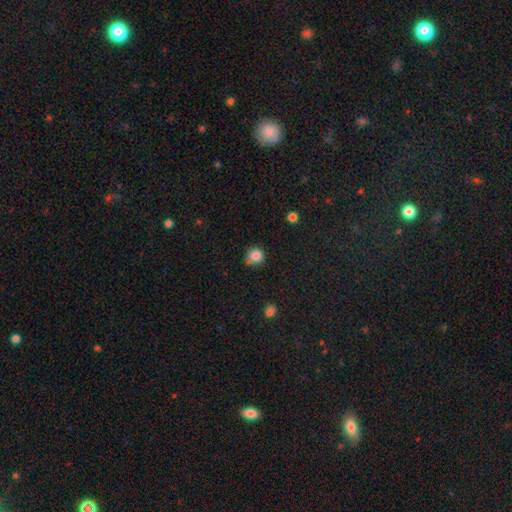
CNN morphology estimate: smooth-or-featured: smooth: 83% | star or artifact: 11% | featured or disk: 6%
  how-rounded: round: 90% | in between: 9% | cigar-shaped: 1%
  merging: none: 66% | minor disturbance: 21% | merger: 9% | major disturbance: 4%